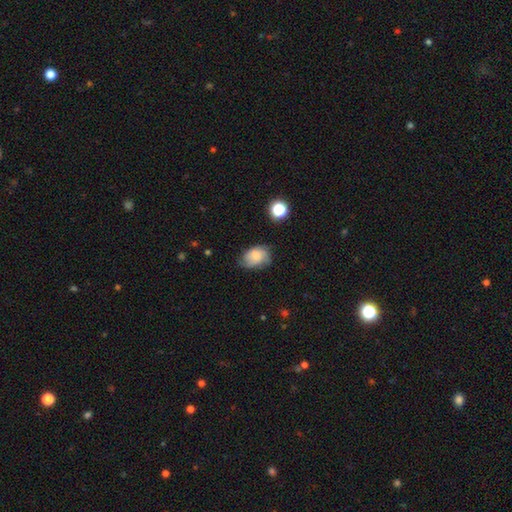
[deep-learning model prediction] Smooth or featured? Predicted: smooth (p=0.63). How rounded? Predicted: in between (p=0.78). Merging? Predicted: none (p=0.56).